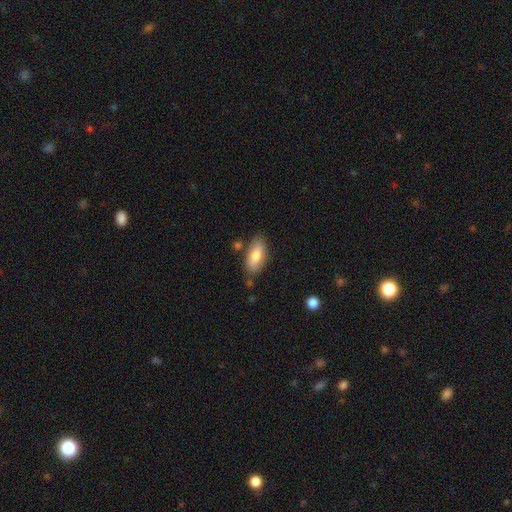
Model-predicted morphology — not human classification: A smooth galaxy with no disk features (76%) that is in between round and cigar-shaped (85%). Merging: none (76%).